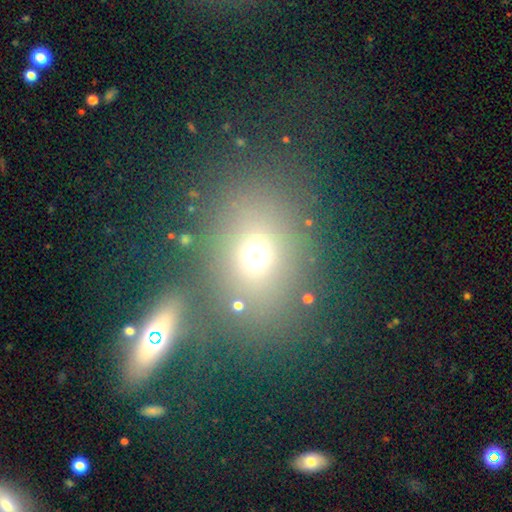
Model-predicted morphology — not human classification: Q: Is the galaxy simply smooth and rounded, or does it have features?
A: smooth — 66%.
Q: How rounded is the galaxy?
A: in between — 50%.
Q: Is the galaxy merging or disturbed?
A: none — 67%.